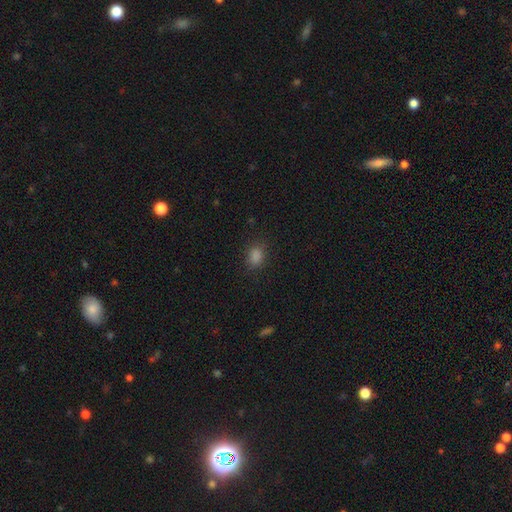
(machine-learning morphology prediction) This appears to be a smooth galaxy with no disk features (81%) that is in between round and cigar-shaped (65%). Merging: none (83%).